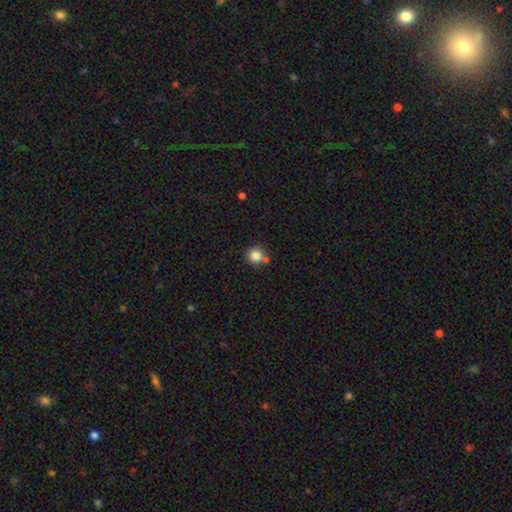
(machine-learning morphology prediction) This is clearly a smooth galaxy (84%). How rounded: clearly round (93%). Merging: likely none (70%).